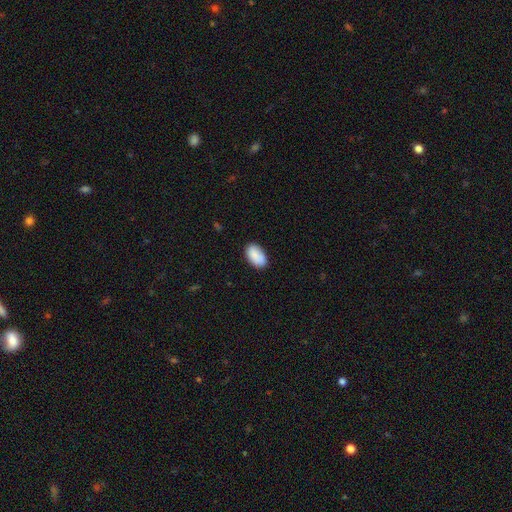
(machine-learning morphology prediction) Q: Smooth or featured?
A: smooth (84%); runner-up: featured or disk (9%)
Q: How rounded?
A: in between (93%); runner-up: round (5%)
Q: Merging?
A: none (78%); runner-up: minor disturbance (17%)